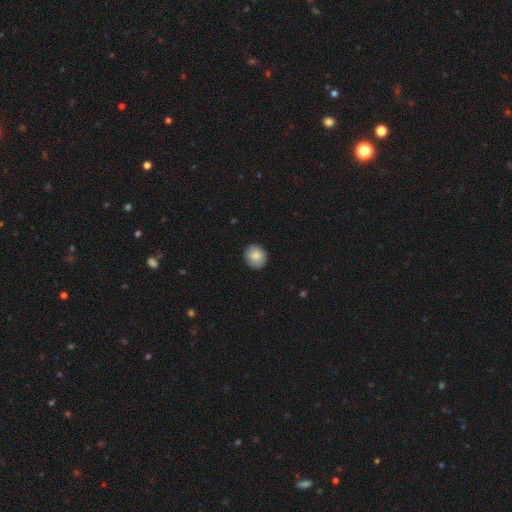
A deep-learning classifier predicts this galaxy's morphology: This is clearly a smooth galaxy (85%). How rounded: likely round (76%). Merging: clearly none (87%).